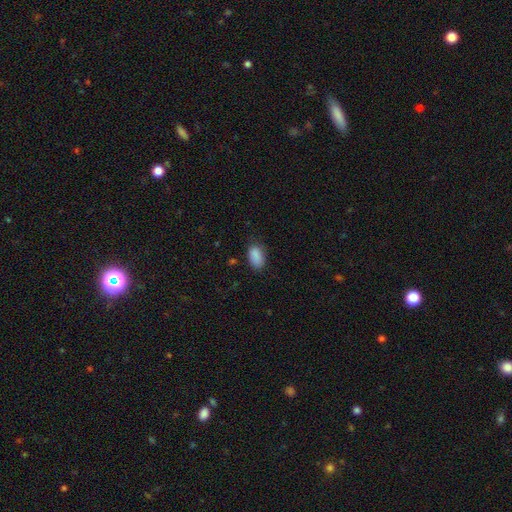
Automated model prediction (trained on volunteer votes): Smooth or featured: smooth — 89% (star or artifact — 8%)
How rounded: in between — 92% (round — 6%)
Merging: none — 77% (minor disturbance — 18%)